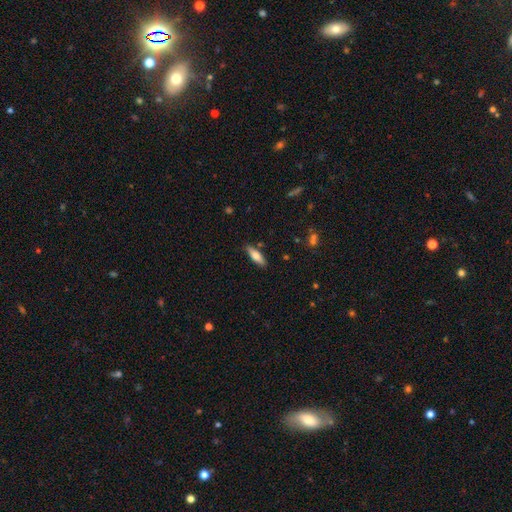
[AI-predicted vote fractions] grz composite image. It shows a smooth galaxy with no disk features (72%) that is cigar-shaped (50%). Merging: none (84%).